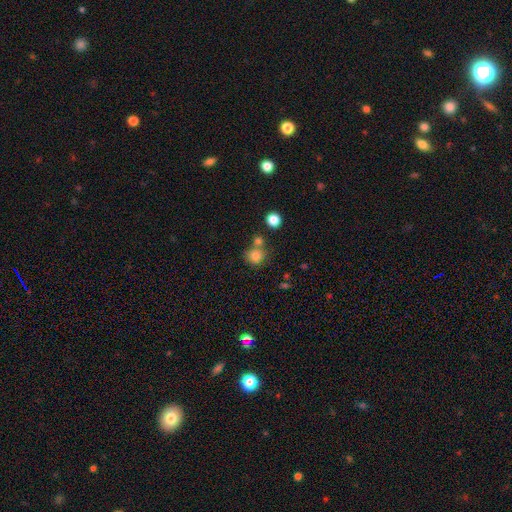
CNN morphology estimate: Smooth or featured?
  - smooth: 81% *
  - star or artifact: 12%
  - featured or disk: 7%
How rounded?
  - round: 87% *
  - in between: 12%
  - cigar-shaped: 1%
Merging?
  - none: 59% *
  - merger: 27%
  - minor disturbance: 11%
  - major disturbance: 4%